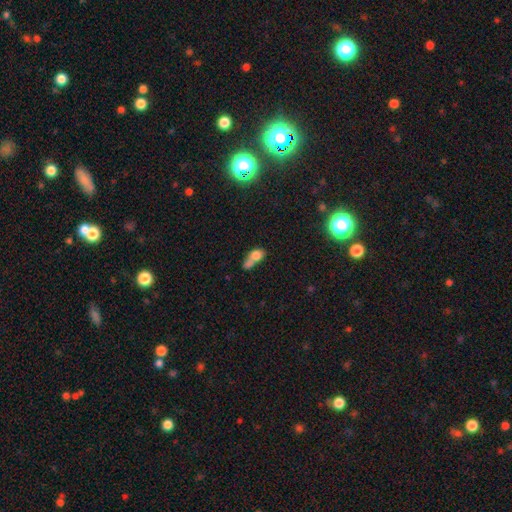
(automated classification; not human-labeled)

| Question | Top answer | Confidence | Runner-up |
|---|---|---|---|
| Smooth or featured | smooth | 71% | featured or disk (18%) |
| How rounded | in between | 62% | round (33%) |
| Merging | merger | 65% | none (18%) |